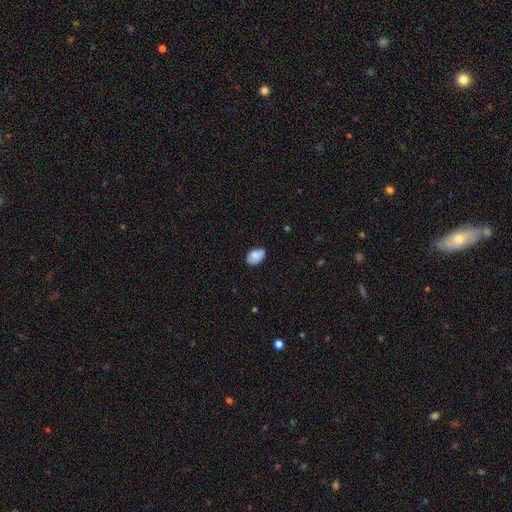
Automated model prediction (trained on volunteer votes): A smooth galaxy with no disk features (82%) that is in between round and cigar-shaped (87%). Merging: none (73%).